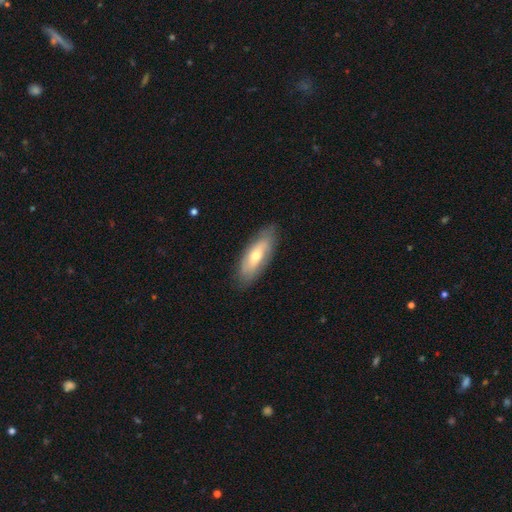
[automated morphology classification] Smooth or featured?
  - smooth: 55% *
  - featured or disk: 39%
  - star or artifact: 6%
How rounded?
  - in between: 67% *
  - cigar-shaped: 31%
  - round: 2%
Merging?
  - none: 81% *
  - minor disturbance: 14%
  - major disturbance: 3%
  - merger: 1%